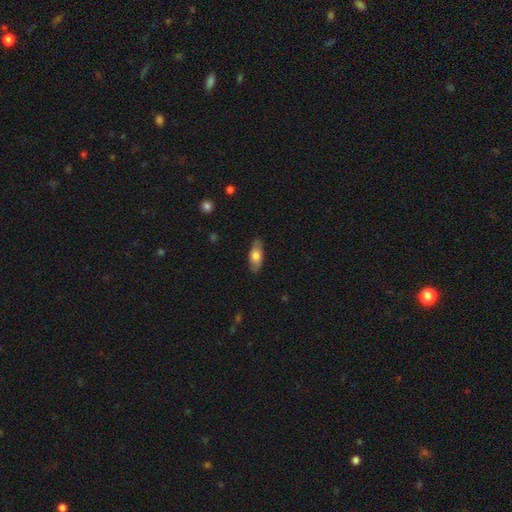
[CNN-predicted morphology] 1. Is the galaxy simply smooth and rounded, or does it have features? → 68% smooth, 26% featured or disk, 6% star or artifact.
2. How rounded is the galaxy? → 79% in between, 18% cigar-shaped, 3% round.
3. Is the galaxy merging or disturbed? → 81% none, 15% minor disturbance, 3% major disturbance, 1% merger.